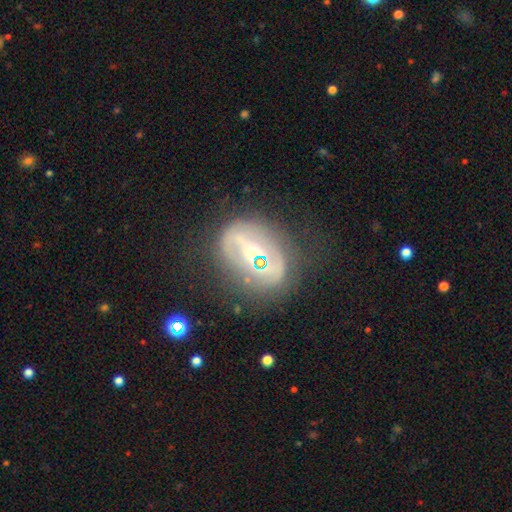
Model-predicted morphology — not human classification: This appears to be a featured or disk galaxy (67%) with no bar (38%), no spiral arms (61%) and a moderate central bulge (50%). Merging: none (56%).